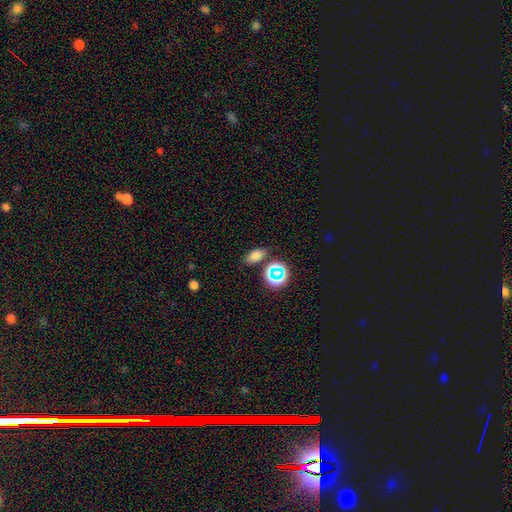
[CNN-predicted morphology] Smooth or featured?
  - smooth: 72% *
  - star or artifact: 19%
  - featured or disk: 9%
How rounded?
  - in between: 82% *
  - round: 13%
  - cigar-shaped: 4%
Merging?
  - none: 77% *
  - minor disturbance: 12%
  - merger: 7%
  - major disturbance: 4%